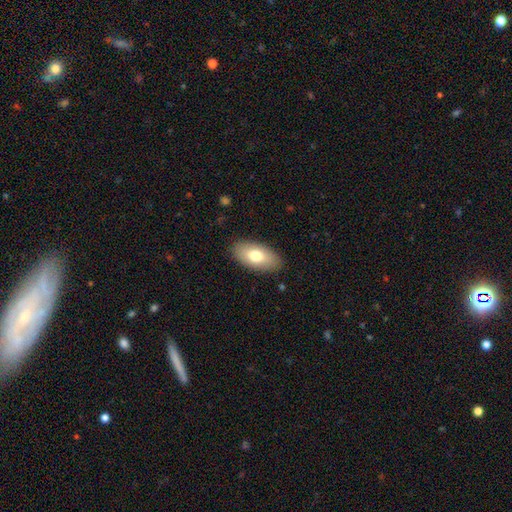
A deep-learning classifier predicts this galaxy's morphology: Smooth or featured?
  - smooth: 74% *
  - featured or disk: 19%
  - star or artifact: 7%
How rounded?
  - in between: 93% *
  - cigar-shaped: 4%
  - round: 3%
Merging?
  - none: 87% *
  - minor disturbance: 10%
  - major disturbance: 2%
  - merger: 1%